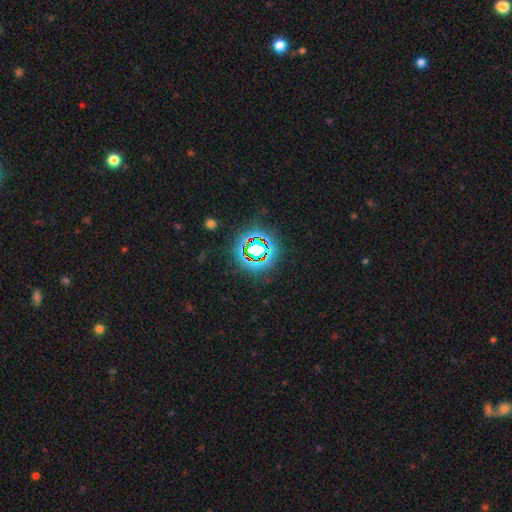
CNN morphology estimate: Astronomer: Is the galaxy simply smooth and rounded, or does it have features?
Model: star or artifact — 75%.